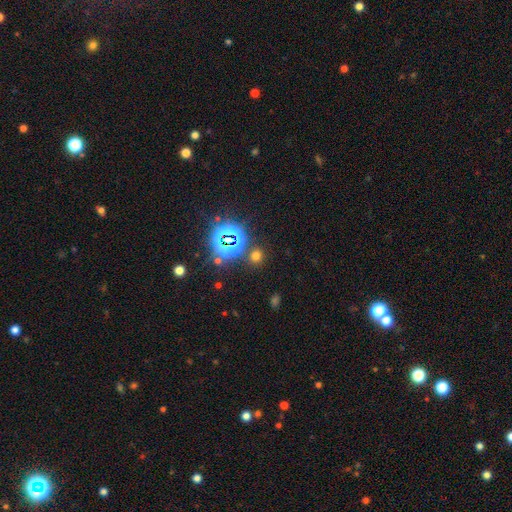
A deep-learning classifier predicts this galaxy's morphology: smooth 52%, star or artifact 41%, featured or disk 7%. Down the decision tree: how rounded — round (81%); merging — none (82%).